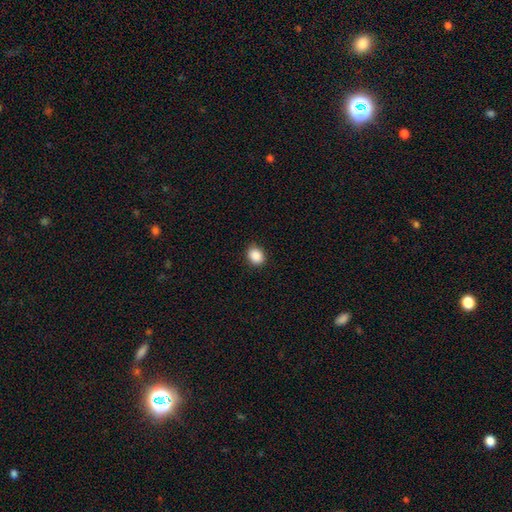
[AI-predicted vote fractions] This appears to be a smooth galaxy with no disk features (89%) that is round (58%). Merging: none (89%).